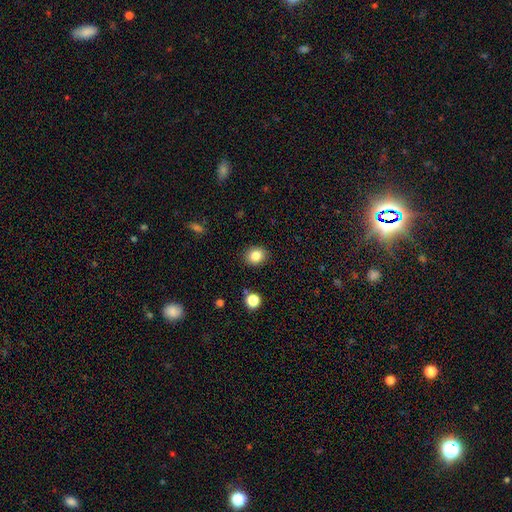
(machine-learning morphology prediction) Smooth or featured? smooth (84%)
How rounded? round (66%)
Merging? none (88%)